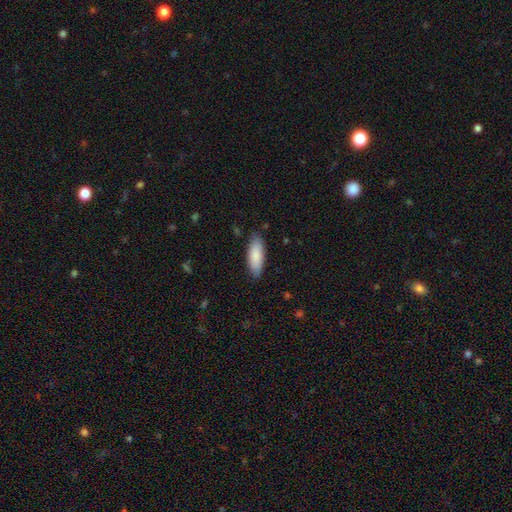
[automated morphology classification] A smooth galaxy with no disk features (87%) that is in between round and cigar-shaped (69%). Merging: none (85%).